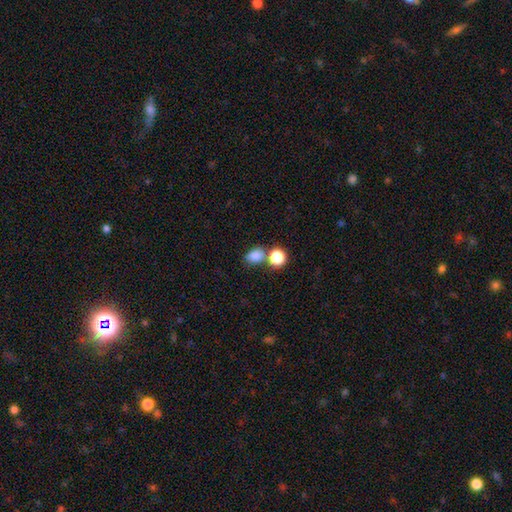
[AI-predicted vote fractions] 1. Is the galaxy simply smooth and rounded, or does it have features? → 82% smooth, 12% star or artifact, 6% featured or disk.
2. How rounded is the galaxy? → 61% in between, 38% round, 1% cigar-shaped.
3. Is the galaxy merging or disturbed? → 58% none, 27% merger, 11% minor disturbance, 4% major disturbance.